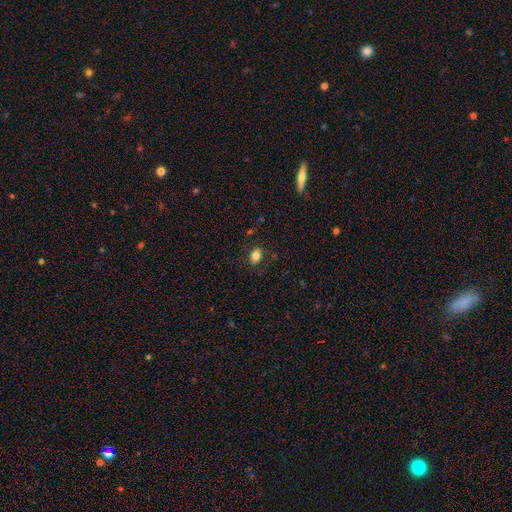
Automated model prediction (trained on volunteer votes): A smooth galaxy with no disk features (81%) that is in between round and cigar-shaped (81%). Merging: none (84%).